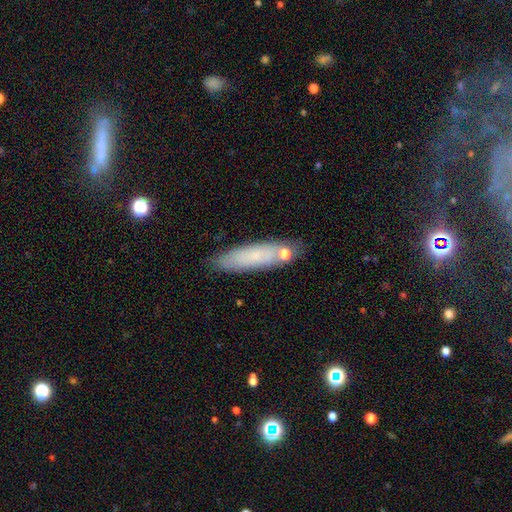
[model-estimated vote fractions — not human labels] A smooth galaxy with no disk features (68%) that is cigar-shaped (68%).

Vote fractions:
- Smooth or featured? smooth: 68% / featured or disk: 23% / star or artifact: 9%
- How rounded? cigar-shaped: 68% / in between: 30% / round: 2%
- Merging? none: 76% / minor disturbance: 14% / merger: 7% / major disturbance: 3%